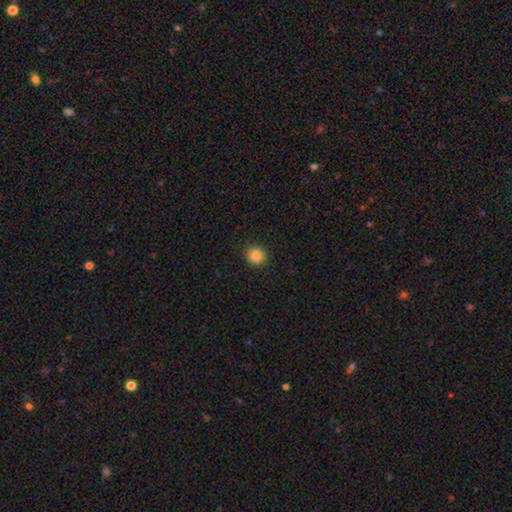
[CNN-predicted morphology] A smooth galaxy with no disk features (86%) that is round (89%). Merging: none (91%).